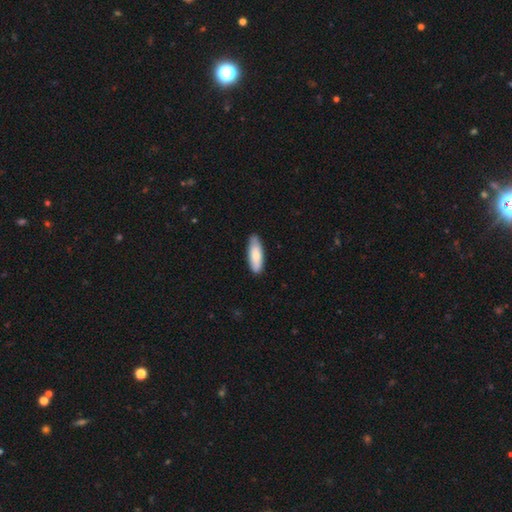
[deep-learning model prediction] This is clearly a smooth galaxy (80%). How rounded: possibly in between (57%). Merging: clearly none (85%).